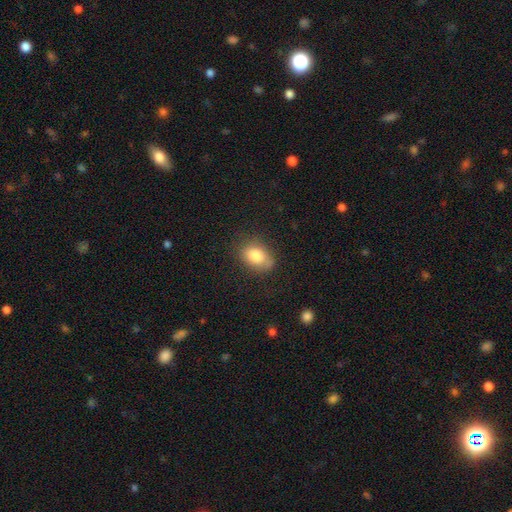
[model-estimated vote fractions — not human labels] smooth 81%, featured or disk 11%, star or artifact 8%. Down the decision tree: how rounded — in between (80%); merging — none (69%).